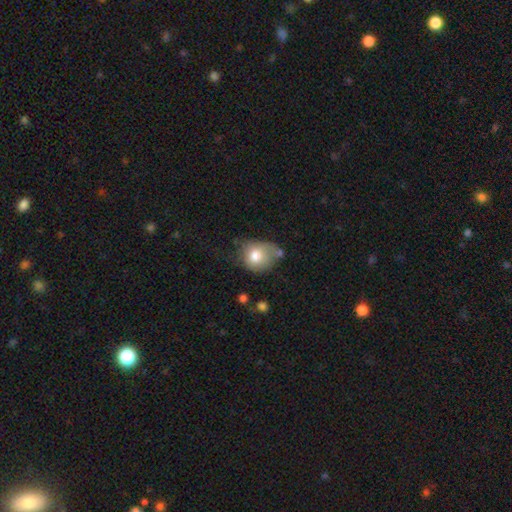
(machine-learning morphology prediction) This appears to be a smooth galaxy with no disk features (77%) that is round (62%). Merging: none (38%).